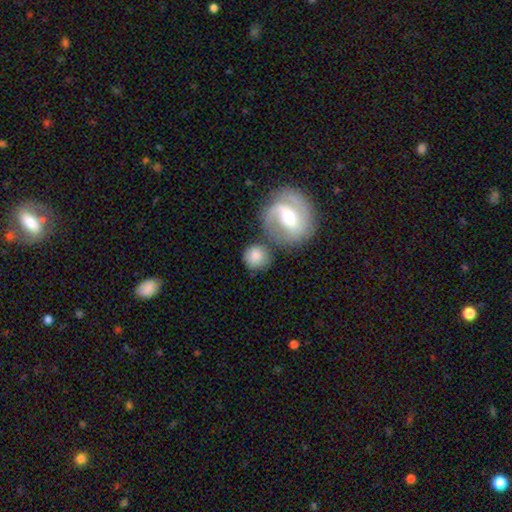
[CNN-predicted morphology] smooth 73%, featured or disk 21%, star or artifact 6%. Down the decision tree: how rounded — round (89%); merging — none (63%).